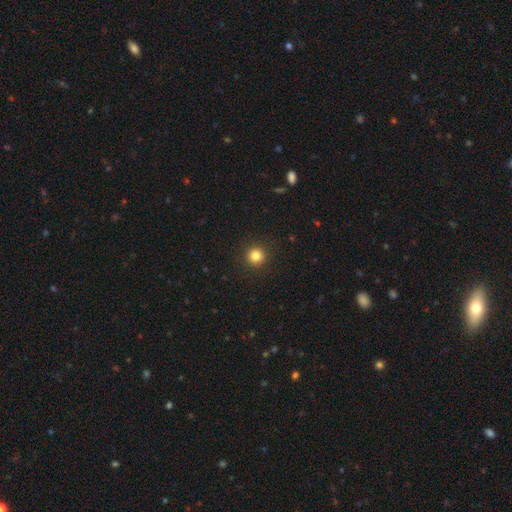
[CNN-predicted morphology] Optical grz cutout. It shows a smooth galaxy with no disk features (83%) that is round (95%). Merging: none (92%).